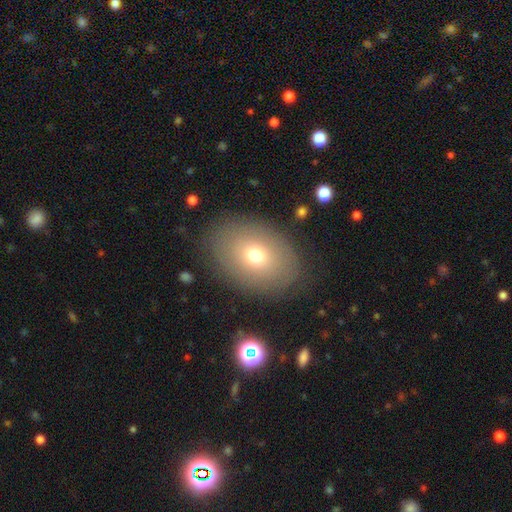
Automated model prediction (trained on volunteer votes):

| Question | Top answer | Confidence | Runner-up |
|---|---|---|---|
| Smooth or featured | smooth | 67% | featured or disk (21%) |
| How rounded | in between | 75% | round (24%) |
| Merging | none | 84% | minor disturbance (10%) |